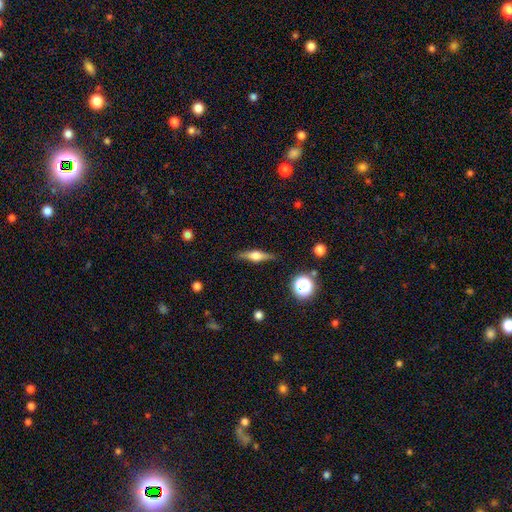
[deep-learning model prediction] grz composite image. It shows a featured or disk galaxy (61%) viewed edge-on (96%) with a rounded central bulge (89%). Merging: none (86%).